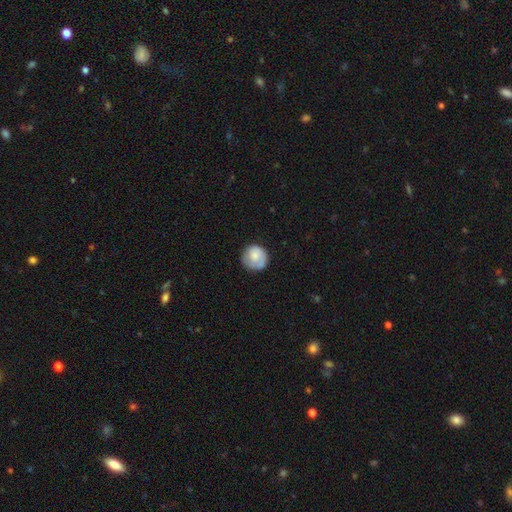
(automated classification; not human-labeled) Smooth or featured?
  - smooth: 75% *
  - featured or disk: 18%
  - star or artifact: 7%
How rounded?
  - round: 91% *
  - in between: 8%
  - cigar-shaped: 1%
Merging?
  - none: 72% *
  - minor disturbance: 20%
  - major disturbance: 6%
  - merger: 1%